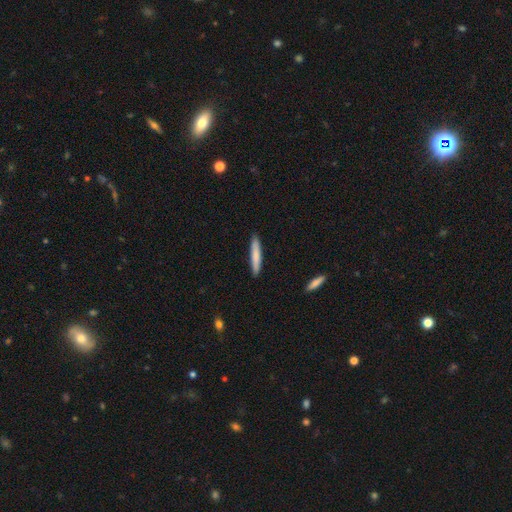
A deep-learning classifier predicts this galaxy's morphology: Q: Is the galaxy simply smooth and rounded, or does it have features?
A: smooth — 79%.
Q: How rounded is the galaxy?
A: cigar-shaped — 93%.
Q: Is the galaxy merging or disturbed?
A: none — 91%.